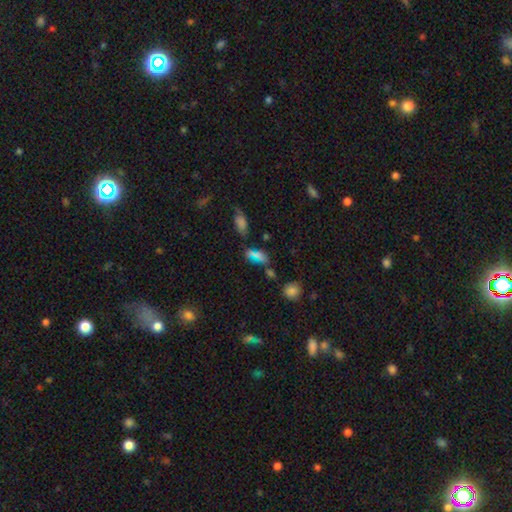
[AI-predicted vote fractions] This is possibly a smooth galaxy (58%). How rounded: likely in between (67%). Merging: possibly none (56%).